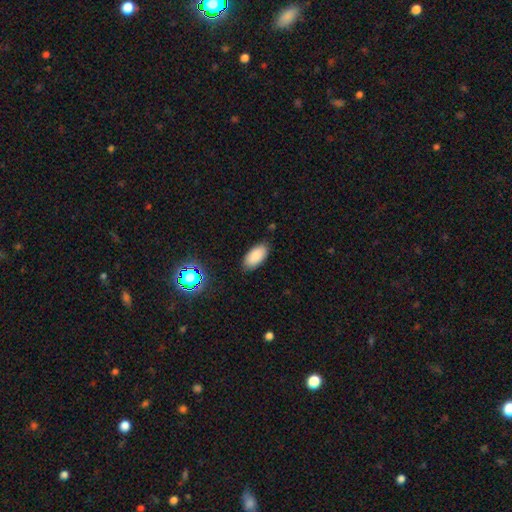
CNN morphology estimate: A smooth galaxy with no disk features (86%) that is in between round and cigar-shaped (94%).

Vote fractions:
- Smooth or featured? smooth: 86% / star or artifact: 8% / featured or disk: 5%
- How rounded? in between: 94% / cigar-shaped: 3% / round: 2%
- Merging? none: 85% / minor disturbance: 11% / major disturbance: 2% / merger: 1%